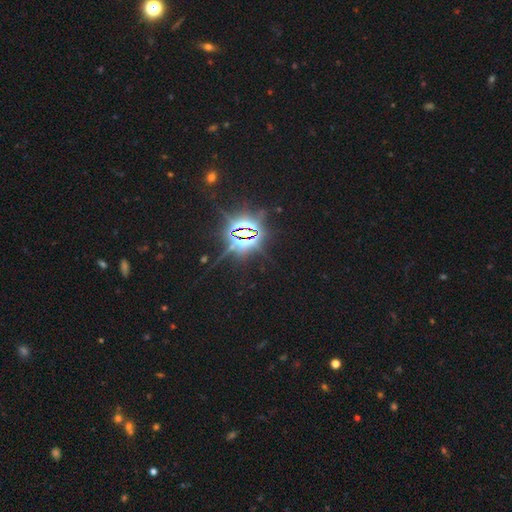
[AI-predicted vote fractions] Q: Smooth or featured?
A: star or artifact (85%); runner-up: smooth (9%)